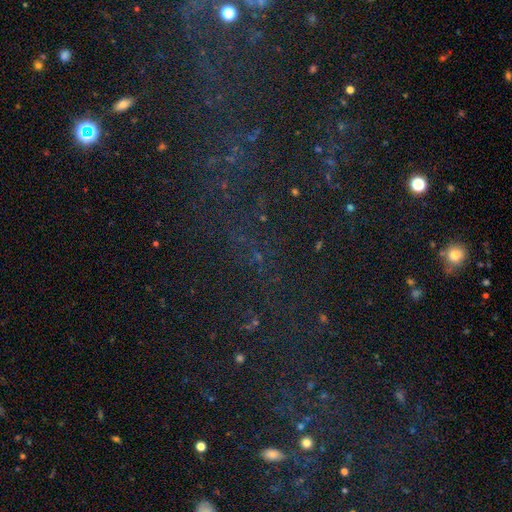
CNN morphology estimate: smooth-or-featured: star or artifact: 71% | smooth: 18% | featured or disk: 12%